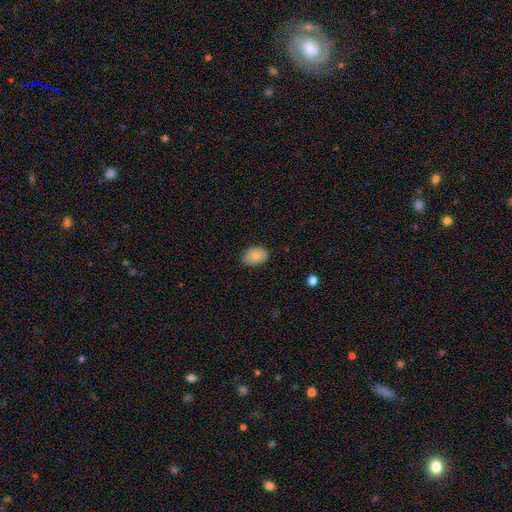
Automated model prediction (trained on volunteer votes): A smooth galaxy with no disk features (79%) that is in between round and cigar-shaped (79%).

Vote fractions:
- Smooth or featured? smooth: 79% / featured or disk: 13% / star or artifact: 7%
- How rounded? in between: 79% / round: 20% / cigar-shaped: 1%
- Merging? none: 81% / minor disturbance: 15% / major disturbance: 2% / merger: 1%